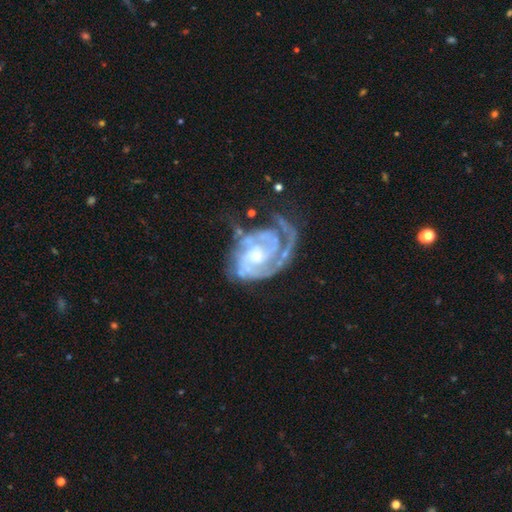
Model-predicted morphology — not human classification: smooth-or-featured: featured or disk: 90% | smooth: 6% | star or artifact: 5%
  disk-edge-on: no: 98% | yes: 2%
    bar: no: 64% | weak: 29% | strong: 7%
    has-spiral-arms: yes: 96% | no: 4%
      spiral-winding: tight: 59% | medium: 32% | loose: 9%
      spiral-arm-count: 2: 37% | can't tell: 21% | 3: 18% | 1: 14% | 4: 6% | more than 4: 5%
    bulge-size: small: 64% | moderate: 31% | none: 2% | large: 2% | dominant: 1%
  merging: none: 43% | major disturbance: 30% | minor disturbance: 23% | merger: 5%